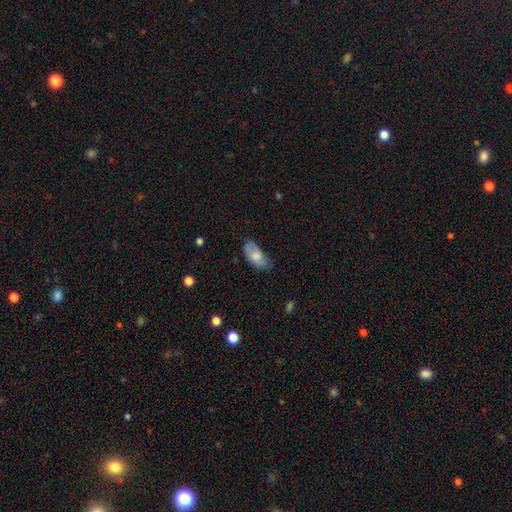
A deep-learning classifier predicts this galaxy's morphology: smooth_or_featured: smooth (p=0.67) [alt: featured or disk p=0.26]
how_rounded: in between (p=0.92) [alt: round p=0.04]
merging: none (p=0.54) [alt: minor disturbance p=0.34]